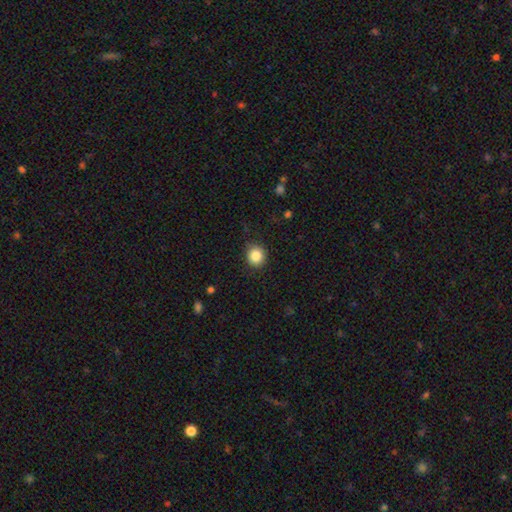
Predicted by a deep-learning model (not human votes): Smooth or featured: smooth — 86% (star or artifact — 10%)
How rounded: round — 85% (in between — 14%)
Merging: none — 84% (minor disturbance — 12%)